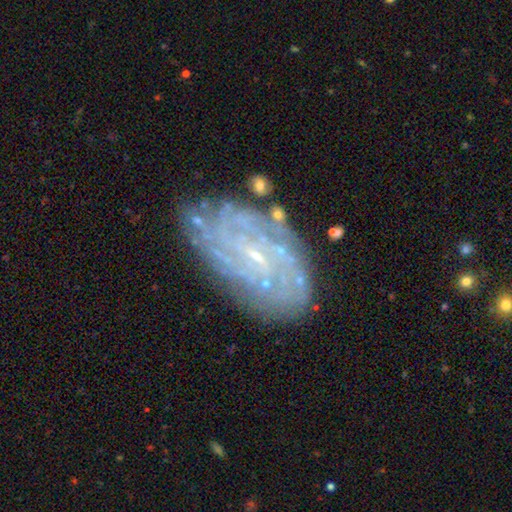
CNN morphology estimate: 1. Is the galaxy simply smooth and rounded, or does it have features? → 81% featured or disk, 10% smooth, 9% star or artifact.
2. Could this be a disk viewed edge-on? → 96% no, 4% yes.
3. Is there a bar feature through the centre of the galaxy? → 45% no, 42% weak, 13% strong.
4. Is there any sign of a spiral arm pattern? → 91% yes, 9% no.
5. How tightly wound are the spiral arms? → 70% tight, 23% medium, 7% loose.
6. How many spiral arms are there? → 42% can't tell, 15% 4, 14% more than 4, 12% 2, 11% 3, 7% 1.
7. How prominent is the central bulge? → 82% small, 8% moderate, 8% none, 1% large, 1% dominant.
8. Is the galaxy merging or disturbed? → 74% none, 17% minor disturbance, 6% major disturbance, 3% merger.